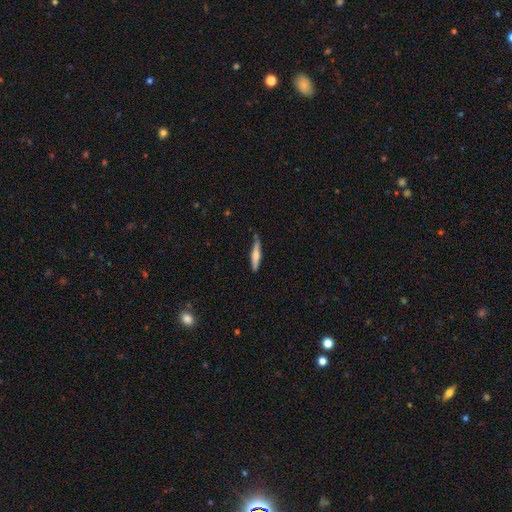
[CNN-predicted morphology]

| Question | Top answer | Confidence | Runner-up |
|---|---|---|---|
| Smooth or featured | smooth | 59% | featured or disk (36%) |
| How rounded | cigar-shaped | 88% | in between (10%) |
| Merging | none | 76% | minor disturbance (19%) |